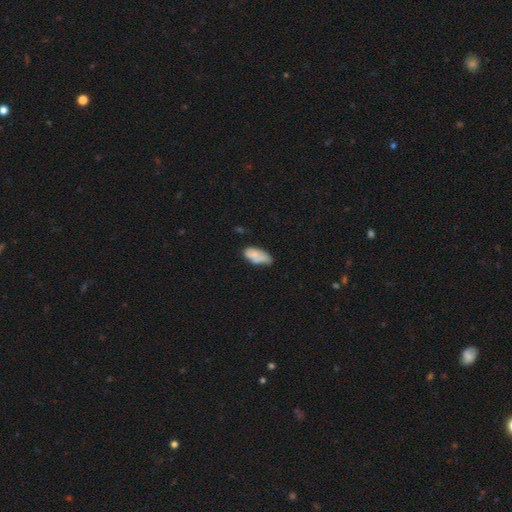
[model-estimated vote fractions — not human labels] Smooth or featured? Predicted: smooth (p=0.73). How rounded? Predicted: in between (p=0.87). Merging? Predicted: none (p=0.42).